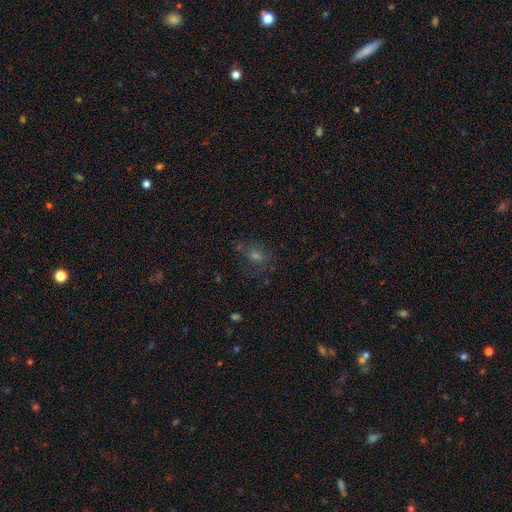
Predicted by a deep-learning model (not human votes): Smooth or featured: smooth — 46% (star or artifact — 34%)
Merging: none — 69% (minor disturbance — 17%)